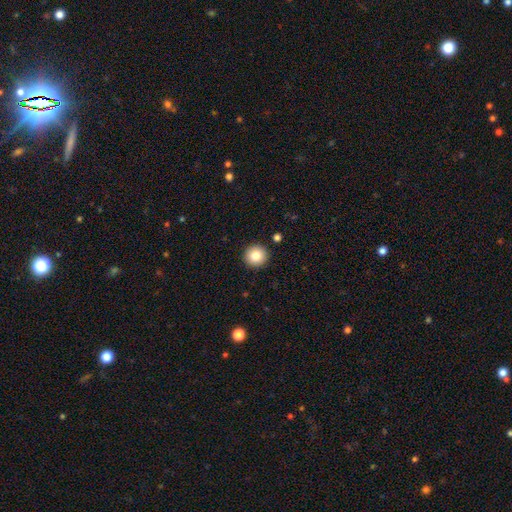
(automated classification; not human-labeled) Q: Smooth or featured?
A: smooth (83%); runner-up: star or artifact (10%)
Q: How rounded?
A: round (95%); runner-up: in between (4%)
Q: Merging?
A: none (92%); runner-up: minor disturbance (5%)